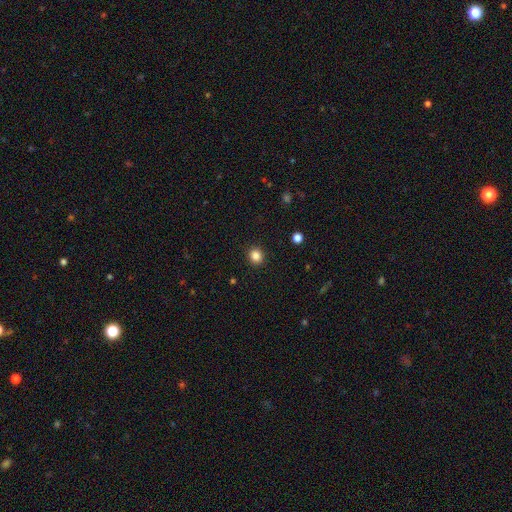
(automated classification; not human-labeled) This appears to be a smooth galaxy with no disk features (85%) that is round (85%). Merging: none (92%).